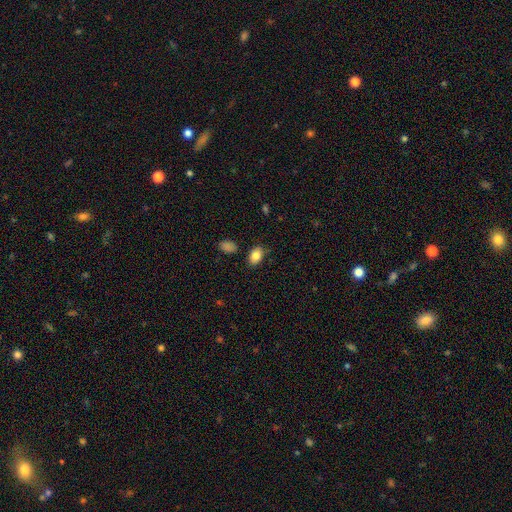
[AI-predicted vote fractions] Overall: smooth (84%). How rounded: in between (82%). Merging: none (79%).